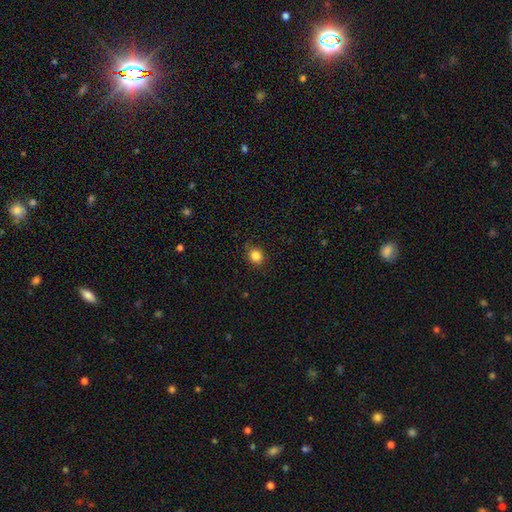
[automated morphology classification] smooth-or-featured: smooth: 84% | star or artifact: 11% | featured or disk: 5%
  how-rounded: round: 76% | in between: 23% | cigar-shaped: 1%
  merging: none: 87% | minor disturbance: 10% | major disturbance: 2% | merger: 1%